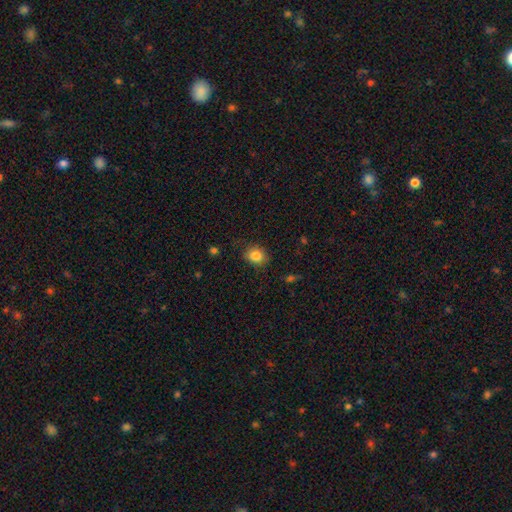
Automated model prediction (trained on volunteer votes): smooth-or-featured: smooth: 84% | star or artifact: 10% | featured or disk: 6%
  how-rounded: round: 52% | in between: 47% | cigar-shaped: 1%
  merging: none: 81% | minor disturbance: 15% | major disturbance: 3% | merger: 1%